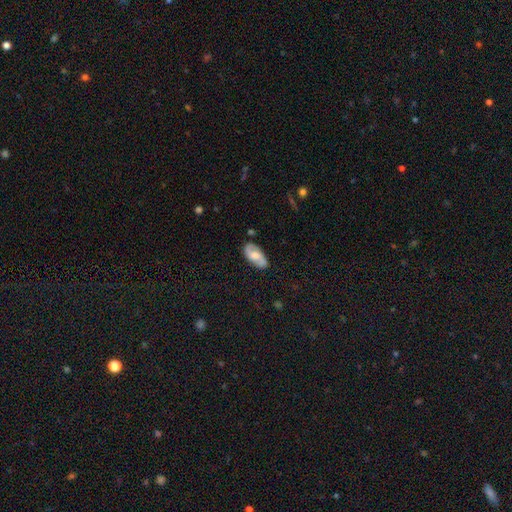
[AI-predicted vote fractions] Smooth or featured? Predicted: featured or disk (p=0.58). Edge-on disk? Predicted: no (p=0.93). Bar? Predicted: no (p=0.51). Spiral arms? Predicted: yes (p=0.86). Bulge size? Predicted: moderate (p=0.52). Merging? Predicted: none (p=0.79).